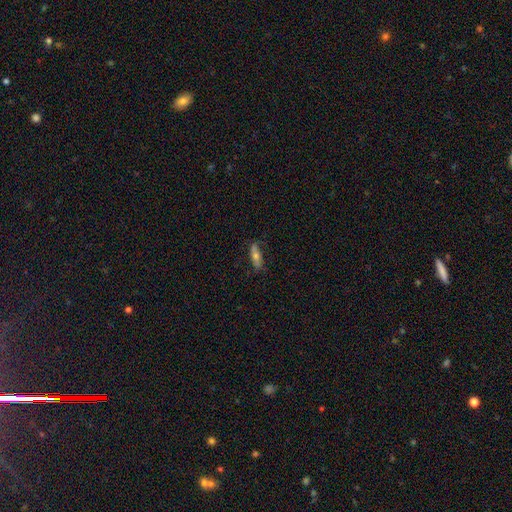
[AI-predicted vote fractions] This is possibly a smooth galaxy (55%). How rounded: possibly in between (57%). Merging: likely none (74%).